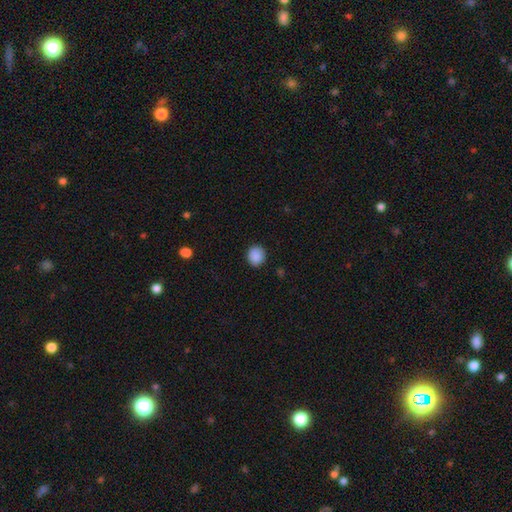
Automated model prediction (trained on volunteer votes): Smooth or featured? Predicted: smooth (p=0.89). How rounded? Predicted: round (p=0.80). Merging? Predicted: none (p=0.87).